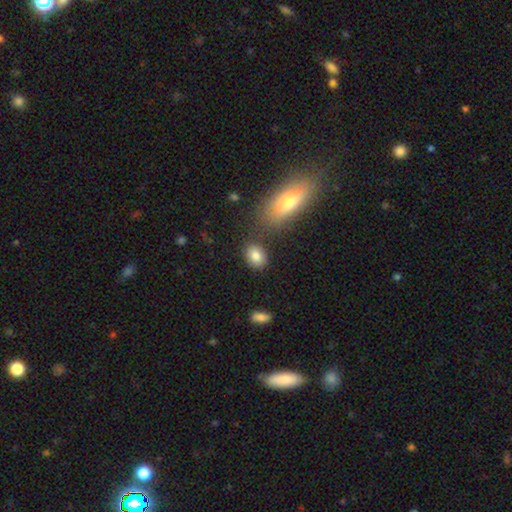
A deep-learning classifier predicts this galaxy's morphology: This appears to be a smooth galaxy with no disk features (83%) that is in between round and cigar-shaped (68%). Merging: none (77%).